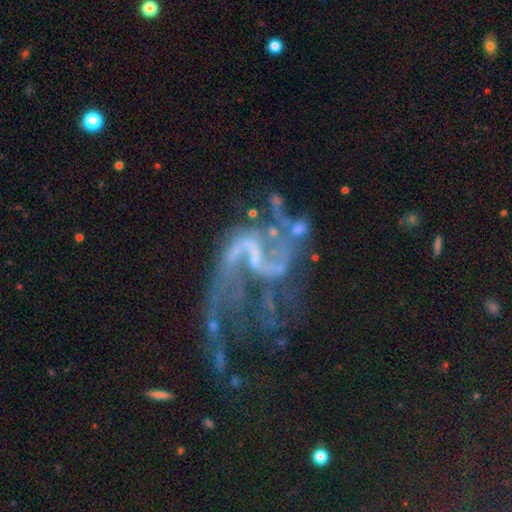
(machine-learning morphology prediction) featured or disk 83%, star or artifact 12%, smooth 5%. Down the decision tree: edge-on disk — no (98%); bar — weak (44%); spiral arms — yes (86%); spiral arm count — 2 (72%); spiral winding — loose (77%); bulge size — none (53%); merging — major disturbance (43%).